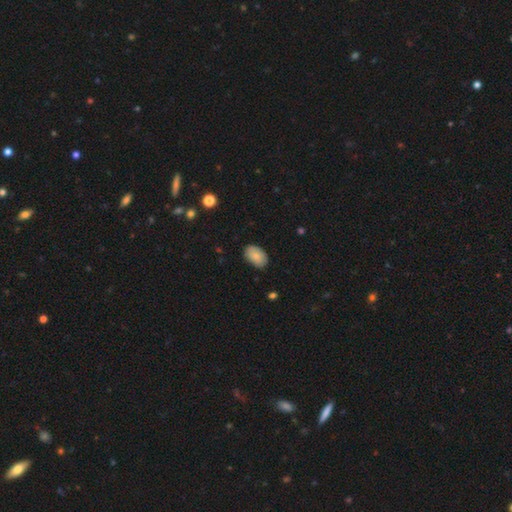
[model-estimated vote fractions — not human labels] A smooth galaxy with no disk features (85%) that is in between round and cigar-shaped (91%). Merging: none (81%).